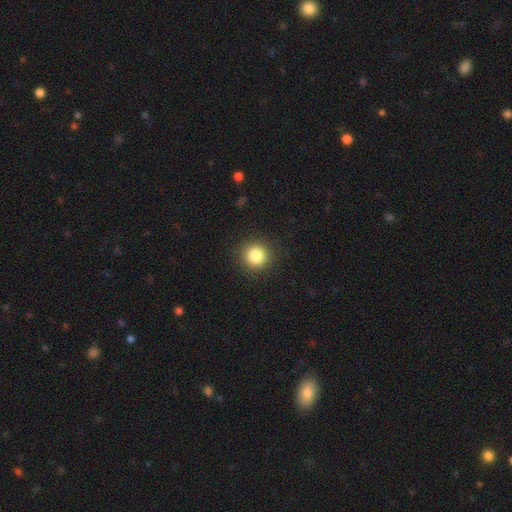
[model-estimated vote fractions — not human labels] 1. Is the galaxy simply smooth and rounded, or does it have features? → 84% smooth, 10% star or artifact, 5% featured or disk.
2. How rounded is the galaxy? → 93% round, 6% in between, 1% cigar-shaped.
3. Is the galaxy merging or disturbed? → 91% none, 6% minor disturbance, 2% major disturbance, 1% merger.